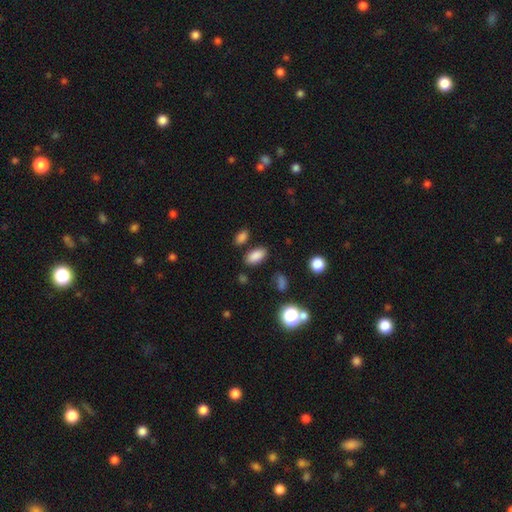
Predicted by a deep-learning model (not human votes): Smooth or featured? smooth (86%)
How rounded? in between (92%)
Merging? none (83%)